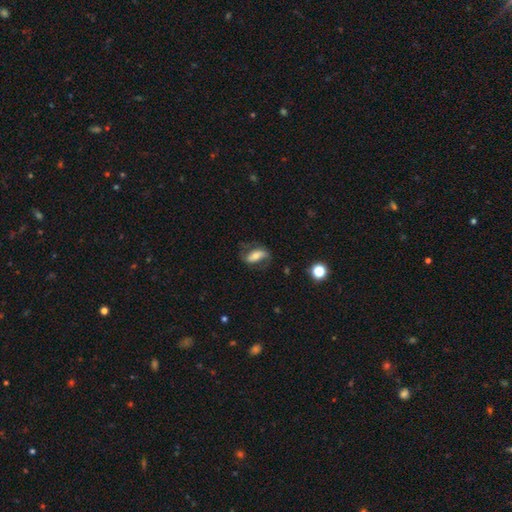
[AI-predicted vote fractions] A featured or disk galaxy (50%).

Vote fractions:
- Smooth or featured? featured or disk: 50% / smooth: 42% / star or artifact: 8%
- Edge-on disk? no: 86% / yes: 14%
- Merging? none: 62% / minor disturbance: 22% / major disturbance: 14% / merger: 2%